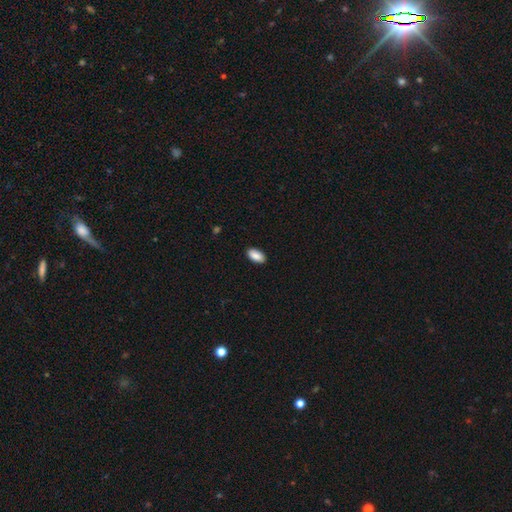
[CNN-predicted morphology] smooth 89%, star or artifact 7%, featured or disk 4%. Down the decision tree: how rounded — in between (94%); merging — none (89%).